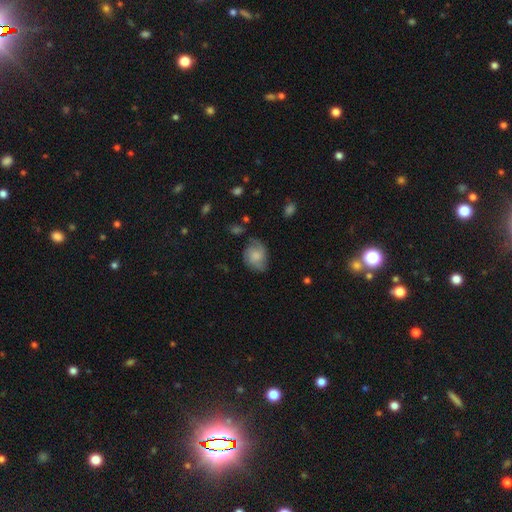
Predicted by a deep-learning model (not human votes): Smooth or featured? Predicted: smooth (p=0.59). How rounded? Predicted: in between (p=0.56). Merging? Predicted: none (p=0.62).